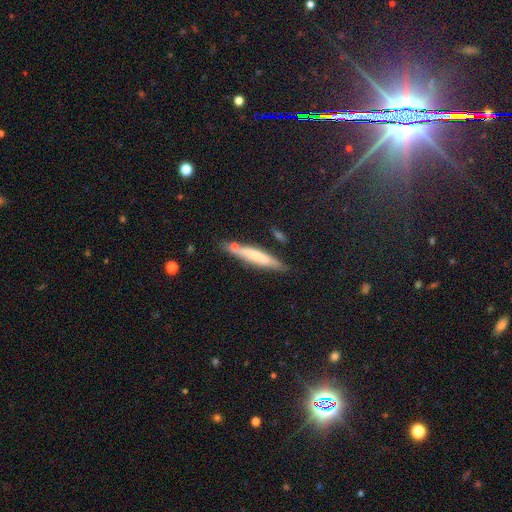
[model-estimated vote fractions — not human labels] smooth 57%, featured or disk 35%, star or artifact 8%. Down the decision tree: how rounded — cigar-shaped (90%); merging — none (73%).